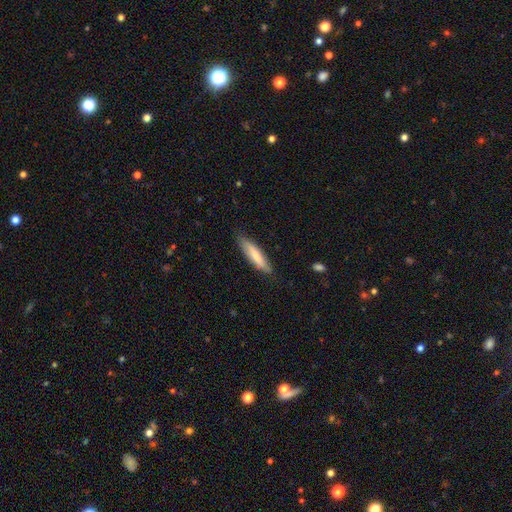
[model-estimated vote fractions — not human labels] A smooth galaxy with no disk features (73%) that is cigar-shaped (77%).

Vote fractions:
- Smooth or featured? smooth: 73% / featured or disk: 21% / star or artifact: 6%
- How rounded? cigar-shaped: 77% / in between: 21% / round: 1%
- Merging? none: 81% / minor disturbance: 15% / major disturbance: 2% / merger: 1%